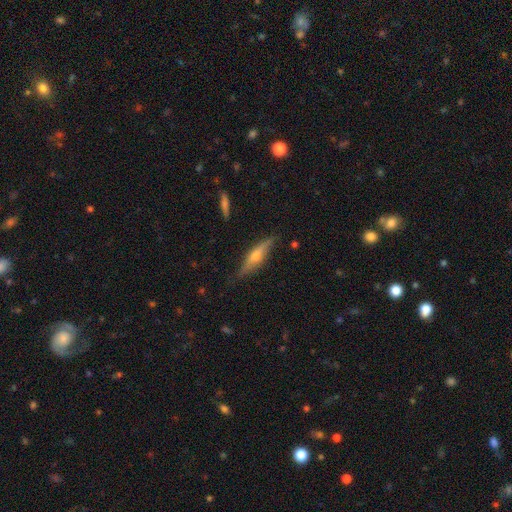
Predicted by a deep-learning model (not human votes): The model was most divided on "smooth or featured": featured or disk: 63%, smooth: 30%, star or artifact: 7%. More confident: edge-on disk — yes (93%); edge-on bulge — rounded (88%); merging — none (78%).